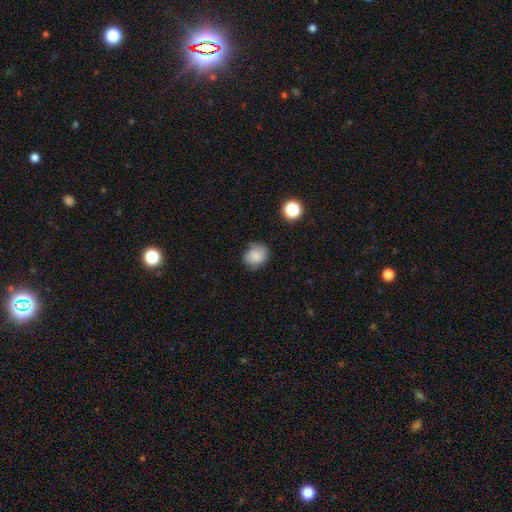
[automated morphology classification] Smooth or featured?
  - smooth: 78% *
  - featured or disk: 12%
  - star or artifact: 10%
How rounded?
  - round: 65% *
  - in between: 34%
  - cigar-shaped: 1%
Merging?
  - none: 68% *
  - minor disturbance: 24%
  - major disturbance: 6%
  - merger: 2%